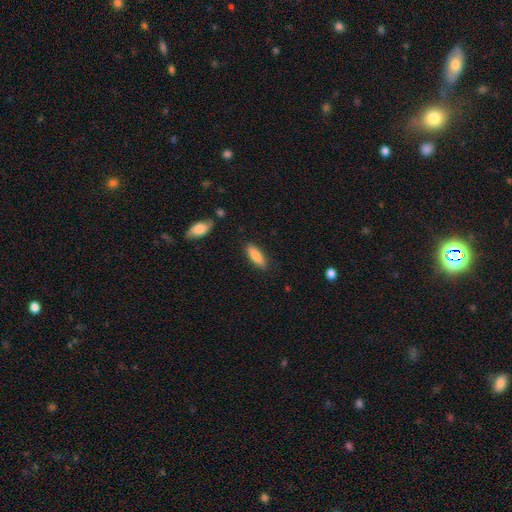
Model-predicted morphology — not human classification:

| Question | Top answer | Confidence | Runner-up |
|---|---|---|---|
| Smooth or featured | smooth | 82% | featured or disk (12%) |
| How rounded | in between | 53% | cigar-shaped (45%) |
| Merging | none | 85% | minor disturbance (11%) |